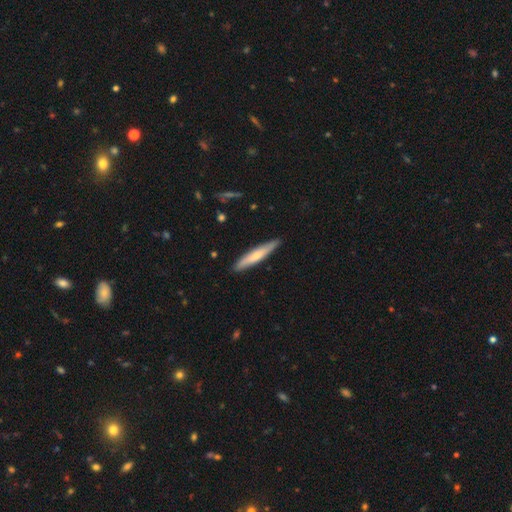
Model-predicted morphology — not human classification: A smooth galaxy with no disk features (63%) that is cigar-shaped (92%). Merging: none (89%).